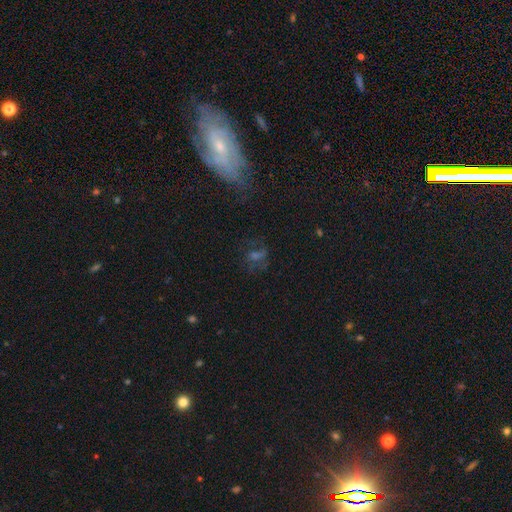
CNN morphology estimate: Smooth or featured?
  - featured or disk: 39% *
  - star or artifact: 32%
  - smooth: 29%
Merging?
  - none: 58% *
  - major disturbance: 20%
  - minor disturbance: 18%
  - merger: 5%